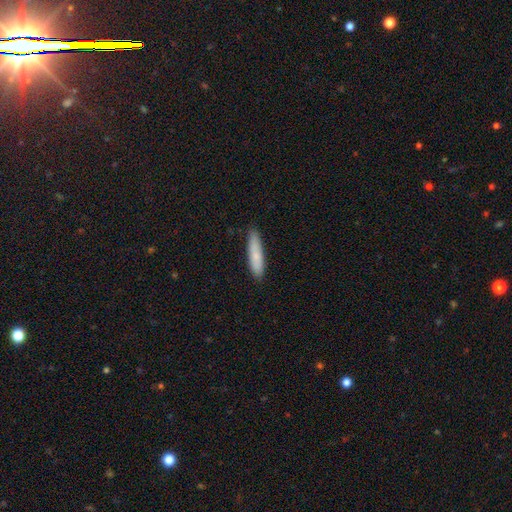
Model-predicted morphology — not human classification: smooth-or-featured: smooth: 81% | featured or disk: 13% | star or artifact: 6%
  how-rounded: cigar-shaped: 80% | in between: 19% | round: 1%
  merging: none: 87% | minor disturbance: 10% | major disturbance: 2% | merger: 1%